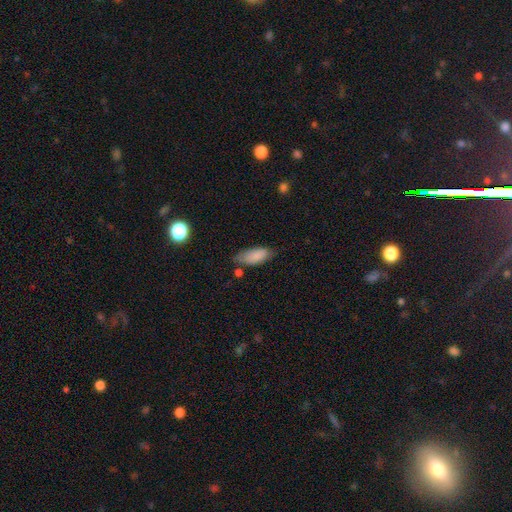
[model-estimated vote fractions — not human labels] This is clearly a smooth galaxy (84%). How rounded: clearly in between (82%). Merging: likely none (61%).